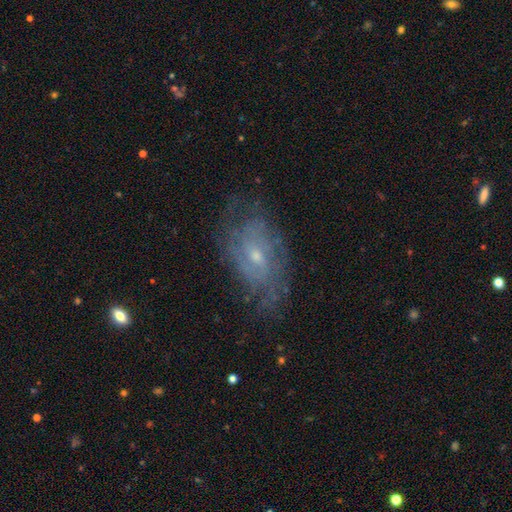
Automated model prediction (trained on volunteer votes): The model was most divided on "spiral winding": tight: 52%, medium: 35%, loose: 14%. More confident: edge-on disk — no (94%); spiral arms — yes (81%); smooth or featured — featured or disk (74%); merging — none (66%); bulge size — small (60%); bar — no (59%); spiral arm count — can't tell (55%).